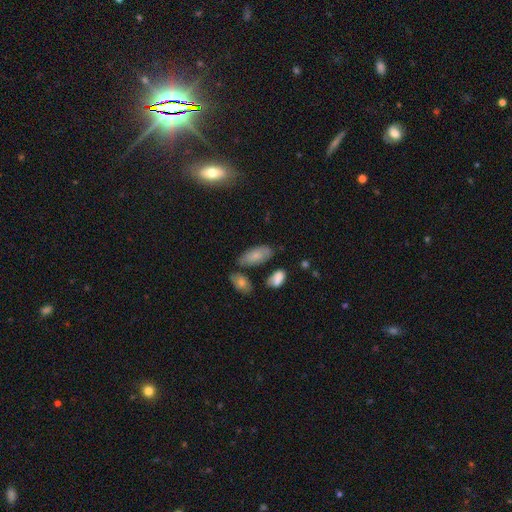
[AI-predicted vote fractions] Overall: smooth (75%). How rounded: in between (90%). Merging: none (65%).